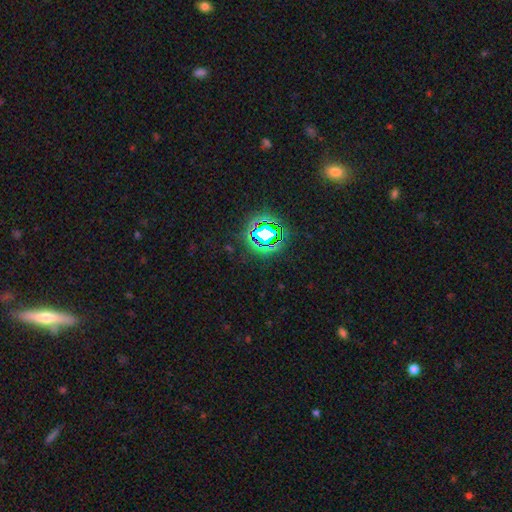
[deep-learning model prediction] This appears to be a star or artifact, not a galaxy (64%).